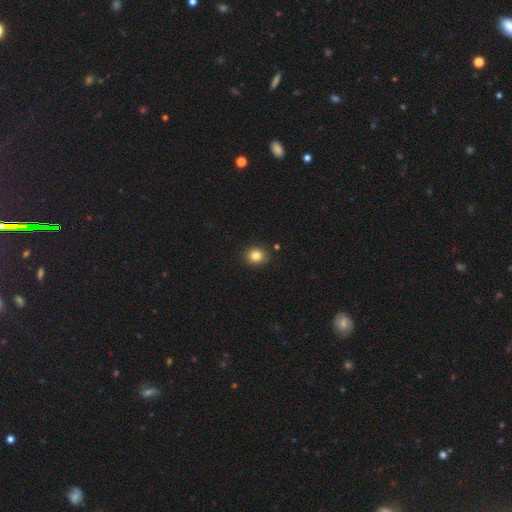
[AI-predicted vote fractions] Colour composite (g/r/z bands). It shows a smooth galaxy with no disk features (83%) that is round (79%). Merging: none (90%).